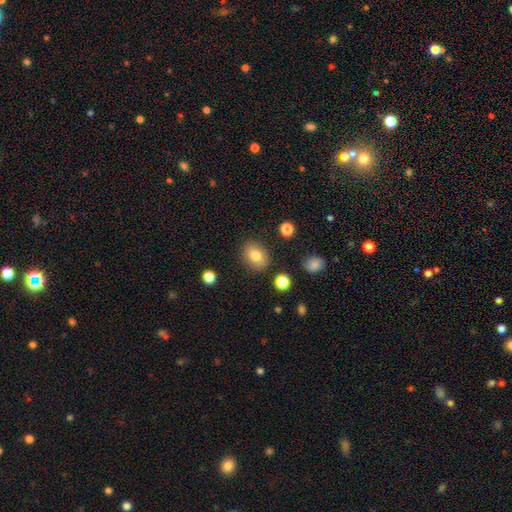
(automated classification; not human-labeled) Overall: smooth (80%). How rounded: in between (57%; round 42%). Merging: none (85%).